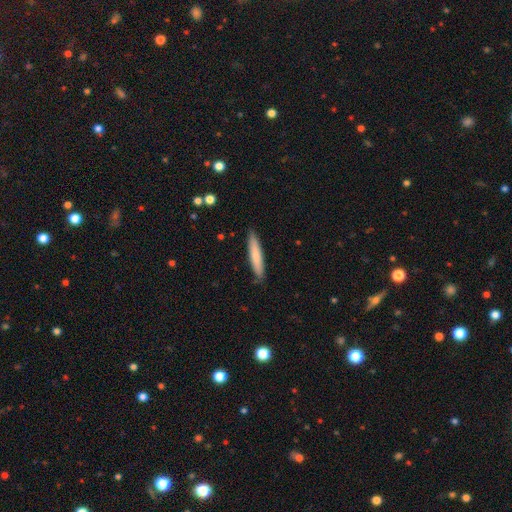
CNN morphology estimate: smooth 77%, featured or disk 17%, star or artifact 5%. Down the decision tree: how rounded — cigar-shaped (90%); merging — none (89%).